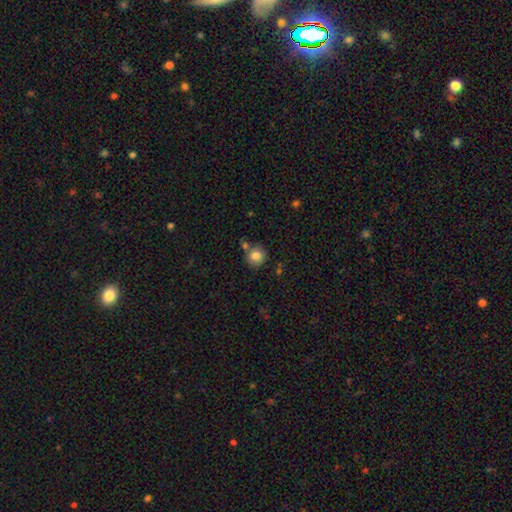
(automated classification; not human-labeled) A smooth galaxy with no disk features (83%) that is round (90%). Merging: none (71%).